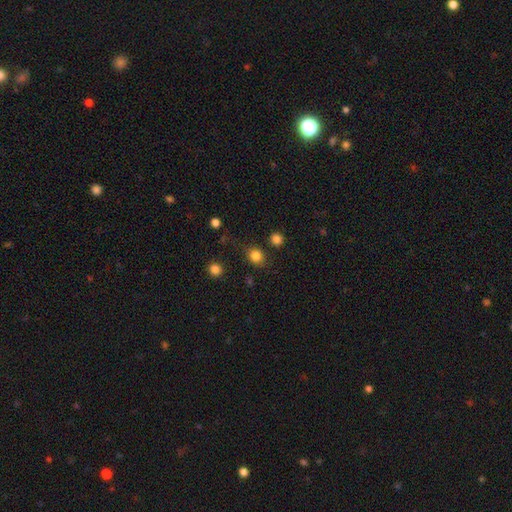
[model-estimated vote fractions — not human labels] Morphology: type=smooth (83%); roundness=round (76%); merging=none (81%).